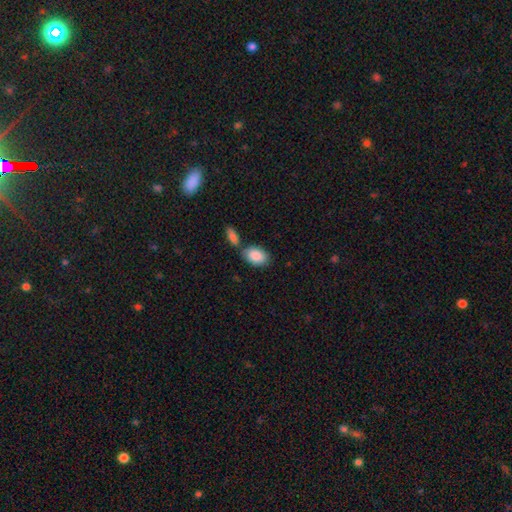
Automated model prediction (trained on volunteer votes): Overall: smooth (89%). How rounded: in between (91%). Merging: none (61%; merger 23%).